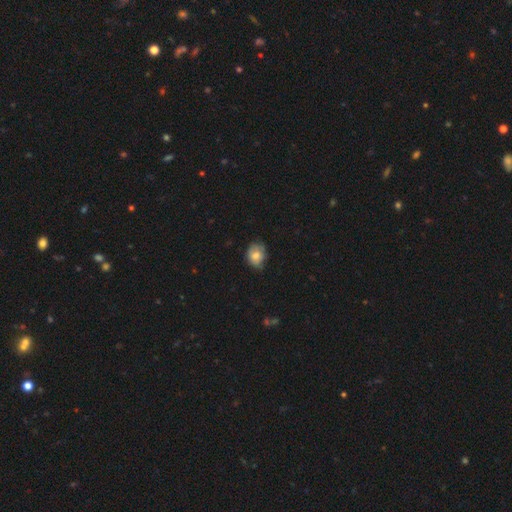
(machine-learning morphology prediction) smooth-or-featured: smooth: 70% | featured or disk: 21% | star or artifact: 9%
  how-rounded: round: 50% | in between: 49% | cigar-shaped: 1%
  merging: none: 57% | minor disturbance: 33% | major disturbance: 8% | merger: 2%